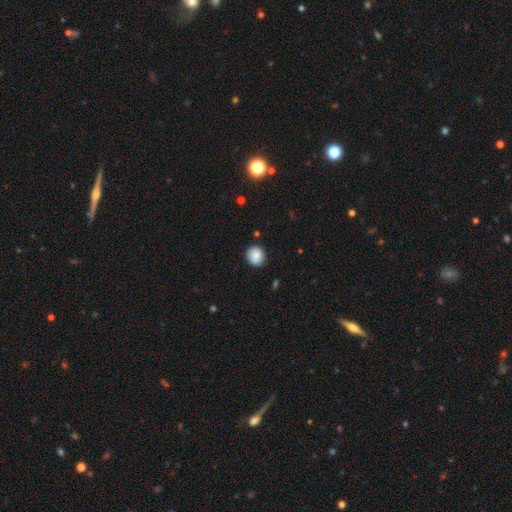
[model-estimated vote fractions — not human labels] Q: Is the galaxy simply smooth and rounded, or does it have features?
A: smooth — 82%.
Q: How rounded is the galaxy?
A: round — 84%.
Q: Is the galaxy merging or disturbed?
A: none — 83%.